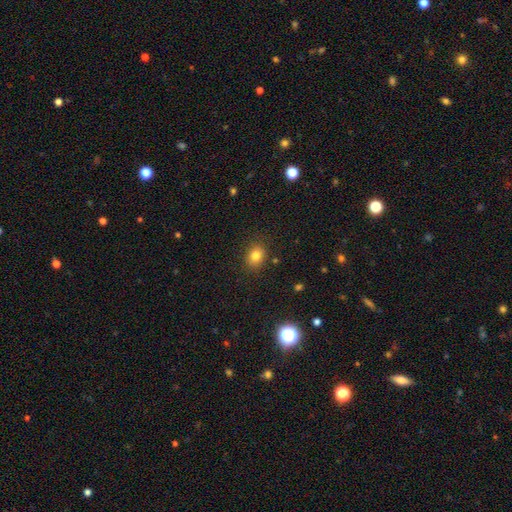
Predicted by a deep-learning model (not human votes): smooth 81%, star or artifact 12%, featured or disk 7%. Down the decision tree: how rounded — round (54%); merging — none (85%).